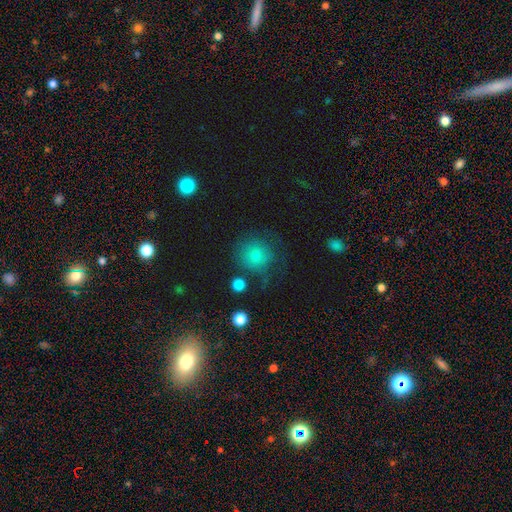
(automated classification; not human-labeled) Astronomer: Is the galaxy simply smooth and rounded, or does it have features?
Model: smooth — 70%.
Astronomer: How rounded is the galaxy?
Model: round — 90%.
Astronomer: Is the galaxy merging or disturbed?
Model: none — 66%.